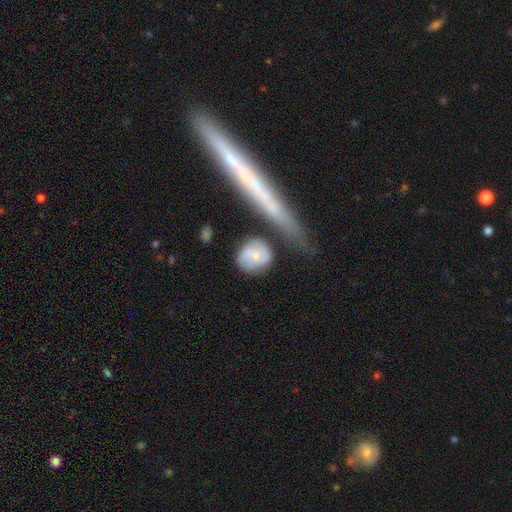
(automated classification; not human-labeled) This is possibly a featured or disk galaxy (47%). Merging: likely none (61%).